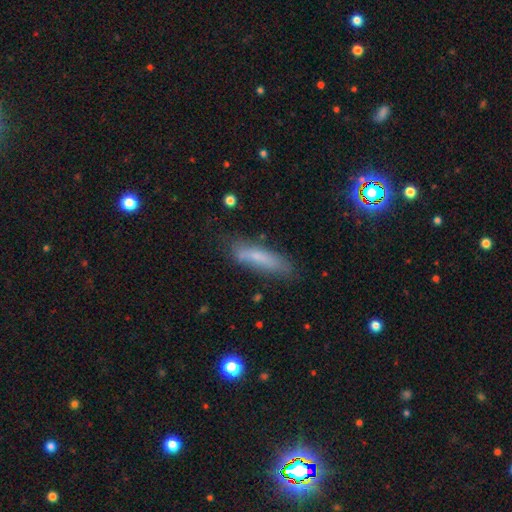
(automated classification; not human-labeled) The model was most divided on "smooth or featured": smooth: 66%, featured or disk: 25%, star or artifact: 9%. More confident: merging — none (72%); how rounded — cigar-shaped (71%).